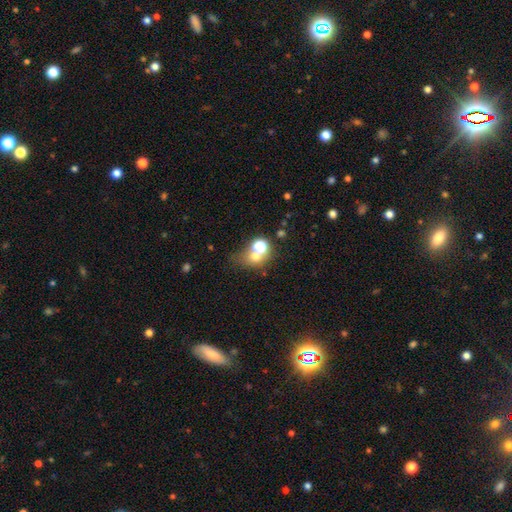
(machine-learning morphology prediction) Smooth or featured: smooth — 61% (star or artifact — 22%)
How rounded: round — 64% (in between — 34%)
Merging: none — 42% (merger — 40%)